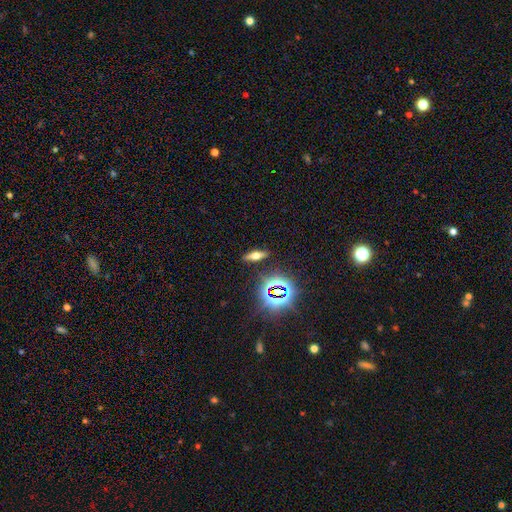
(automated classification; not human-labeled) Overall: smooth (40%; featured or disk 35%). Merging: none (87%).